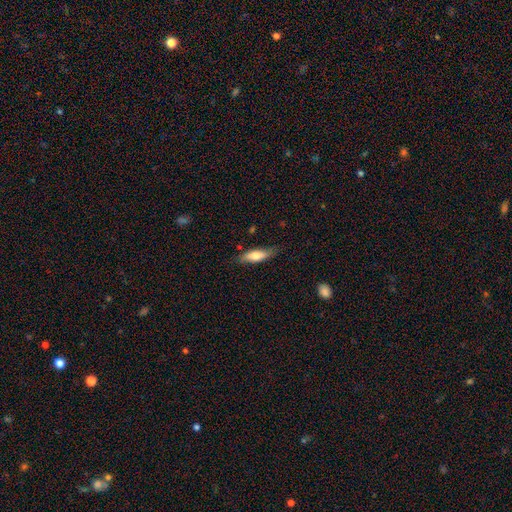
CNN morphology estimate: type=smooth (69%); roundness=in between (53%); merging=none (74%).